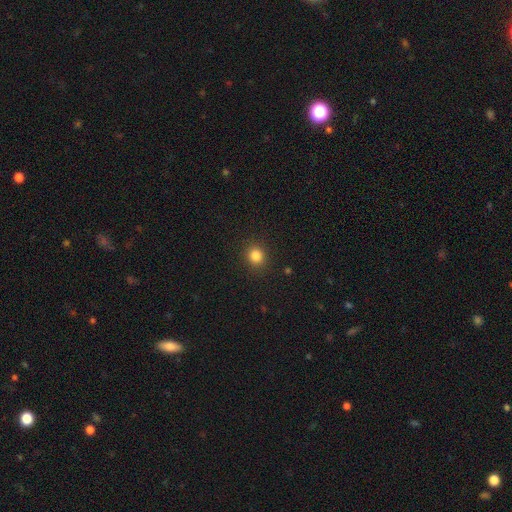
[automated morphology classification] Q: Smooth or featured?
A: smooth (83%); runner-up: star or artifact (12%)
Q: How rounded?
A: round (85%); runner-up: in between (14%)
Q: Merging?
A: none (90%); runner-up: minor disturbance (6%)